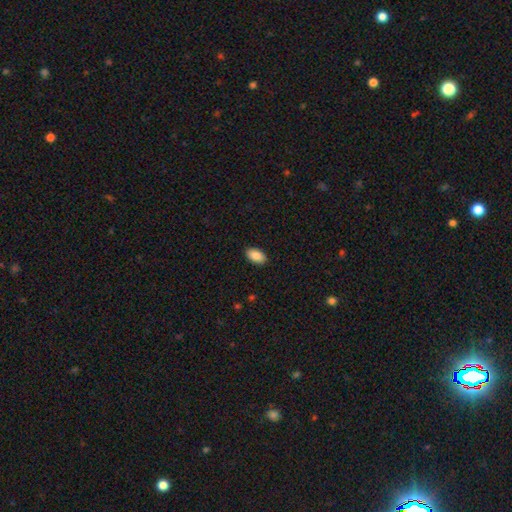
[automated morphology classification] Q: Smooth or featured?
A: smooth (88%); runner-up: star or artifact (7%)
Q: How rounded?
A: in between (94%); runner-up: round (4%)
Q: Merging?
A: none (89%); runner-up: minor disturbance (8%)